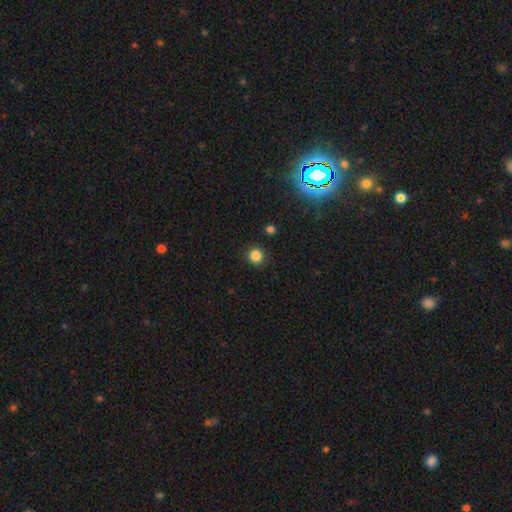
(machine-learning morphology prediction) smooth 84%, star or artifact 12%, featured or disk 4%. Down the decision tree: how rounded — round (92%); merging — none (89%).